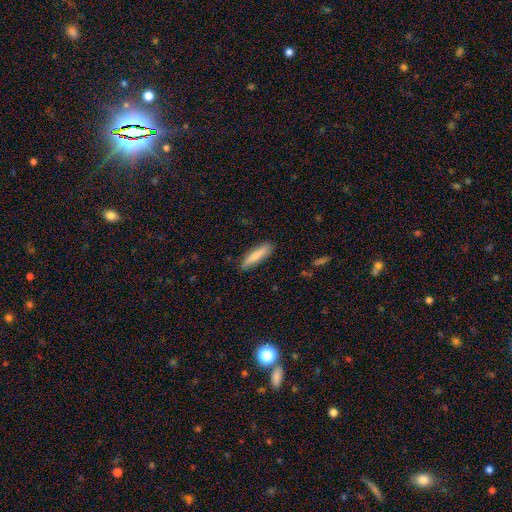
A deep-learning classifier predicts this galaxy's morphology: smooth 79%, featured or disk 16%, star or artifact 6%. Down the decision tree: how rounded — cigar-shaped (79%); merging — none (83%).